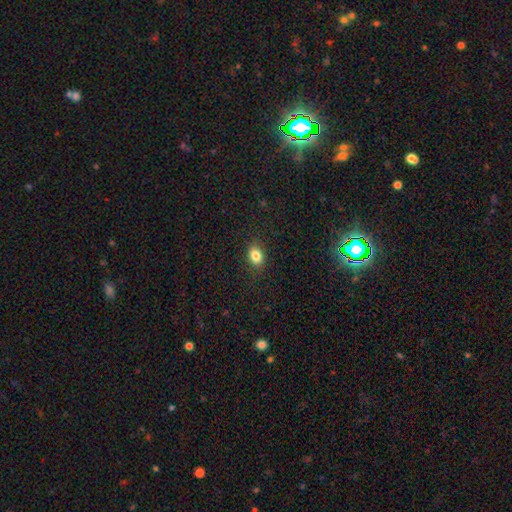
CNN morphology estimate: Smooth or featured? Predicted: smooth (p=0.84). How rounded? Predicted: in between (p=0.72). Merging? Predicted: none (p=0.86).